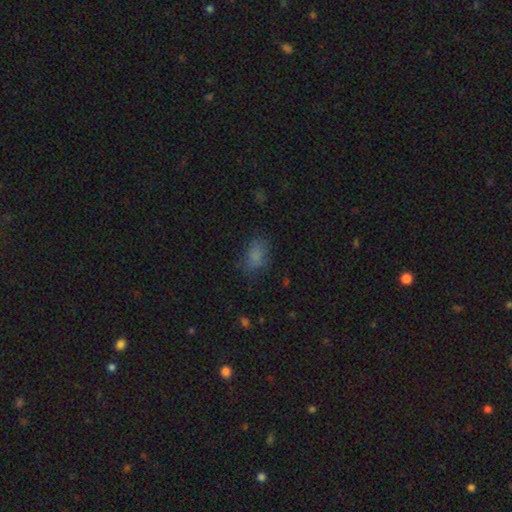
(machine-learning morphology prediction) smooth 76%, star or artifact 14%, featured or disk 10%. Down the decision tree: how rounded — in between (81%); merging — none (66%).